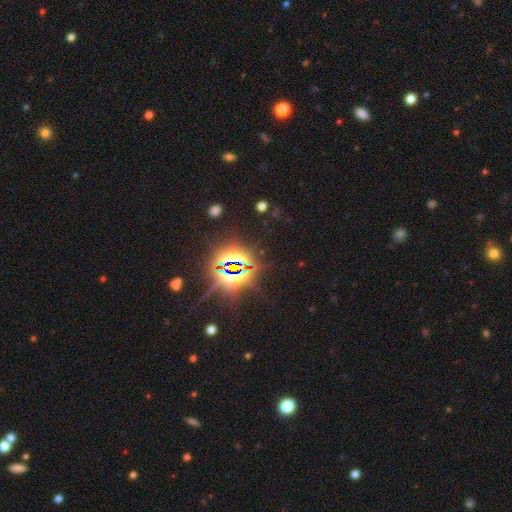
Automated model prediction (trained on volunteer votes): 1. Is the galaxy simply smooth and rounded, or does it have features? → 84% star or artifact, 9% smooth, 7% featured or disk.